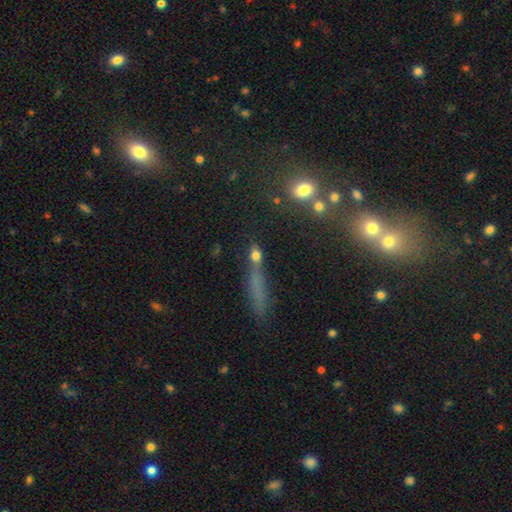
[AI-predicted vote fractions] smooth 59%, star or artifact 25%, featured or disk 16%. Down the decision tree: how rounded — round (34%); merging — none (50%).